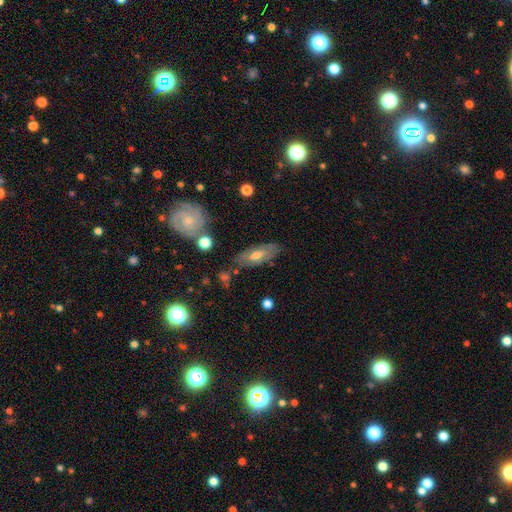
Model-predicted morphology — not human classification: The model was most divided on "smooth or featured": smooth: 51%, featured or disk: 43%, star or artifact: 7%. More confident: how rounded — in between (74%); merging — none (74%).